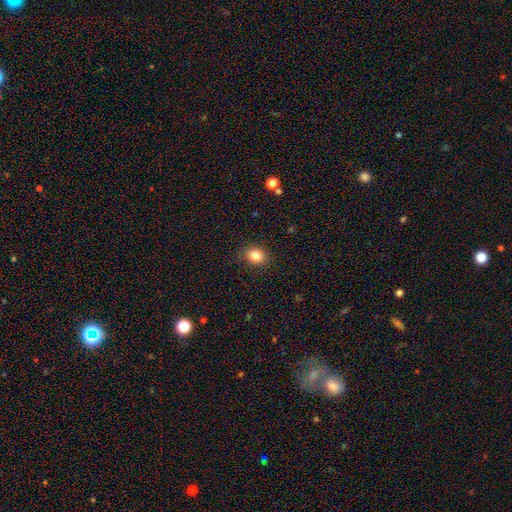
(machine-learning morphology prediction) smooth-or-featured: smooth: 84% | star or artifact: 11% | featured or disk: 6%
  how-rounded: round: 61% | in between: 38% | cigar-shaped: 1%
  merging: none: 86% | minor disturbance: 10% | major disturbance: 3% | merger: 1%